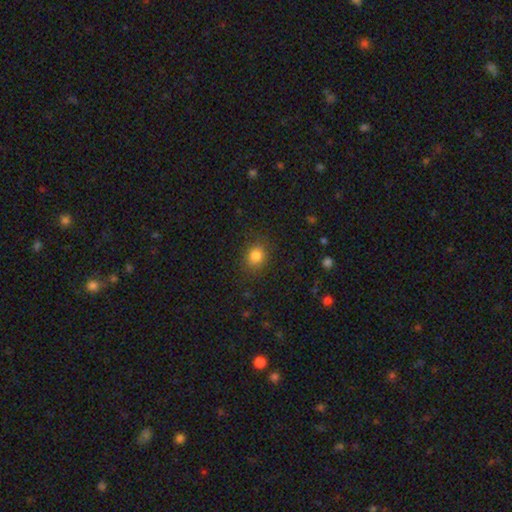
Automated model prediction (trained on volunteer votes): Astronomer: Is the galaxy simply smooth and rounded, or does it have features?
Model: smooth — 84%.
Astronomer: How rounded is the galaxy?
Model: round — 62%.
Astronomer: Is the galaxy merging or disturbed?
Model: none — 83%.